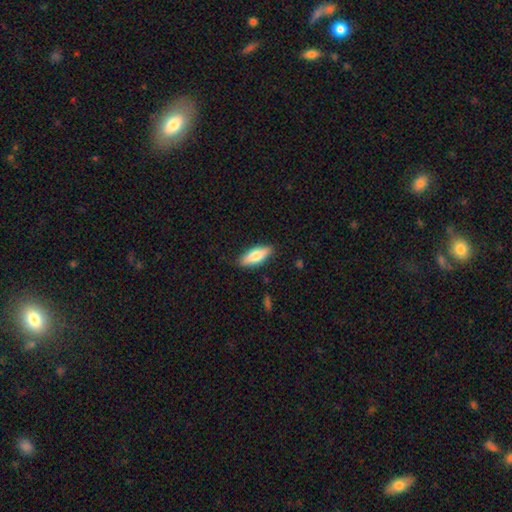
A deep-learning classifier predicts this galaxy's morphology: Smooth or featured? smooth (74%)
How rounded? in between (67%)
Merging? none (86%)